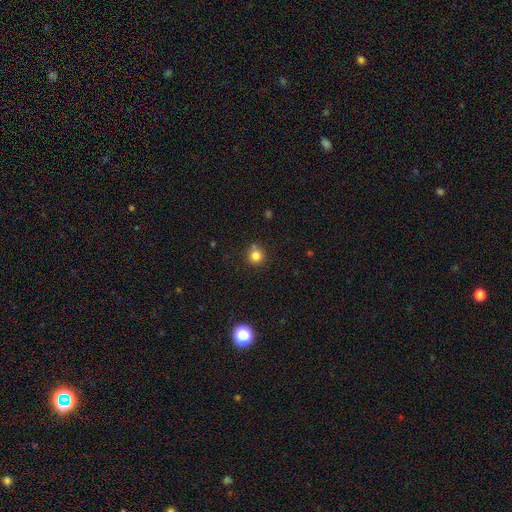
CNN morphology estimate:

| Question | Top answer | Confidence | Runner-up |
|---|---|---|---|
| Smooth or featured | smooth | 82% | star or artifact (13%) |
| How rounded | round | 92% | in between (7%) |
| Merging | none | 78% | minor disturbance (12%) |